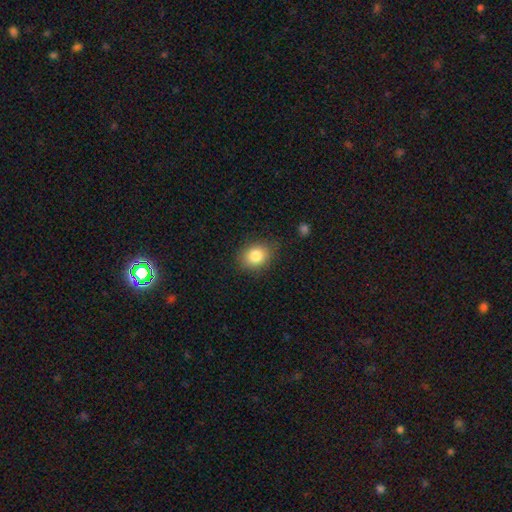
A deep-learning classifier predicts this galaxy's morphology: smooth_or_featured: smooth (p=0.83) [alt: star or artifact p=0.09]
how_rounded: in between (p=0.51) [alt: round p=0.48]
merging: none (p=0.80) [alt: minor disturbance p=0.15]